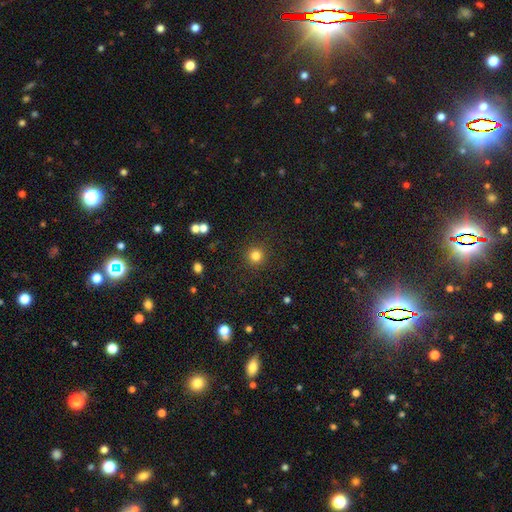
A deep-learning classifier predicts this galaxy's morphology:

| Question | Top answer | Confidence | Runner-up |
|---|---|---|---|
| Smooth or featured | smooth | 81% | star or artifact (14%) |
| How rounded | round | 95% | in between (4%) |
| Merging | none | 91% | minor disturbance (6%) |